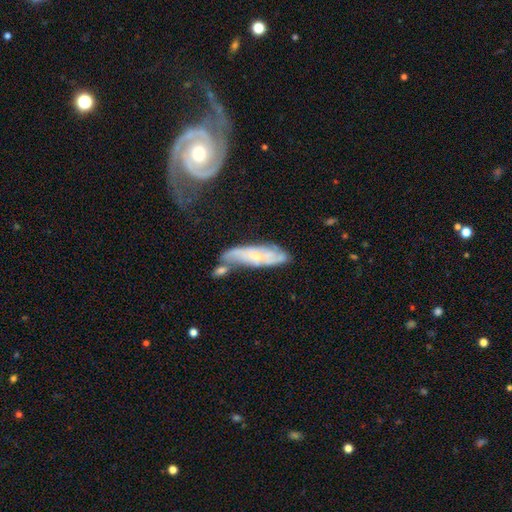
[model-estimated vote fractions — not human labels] smooth_or_featured: featured or disk (p=0.65) [alt: smooth p=0.29]
disk_edge_on: no (p=0.77) [alt: yes p=0.23]
merging: none (p=0.47) [alt: minor disturbance p=0.25]